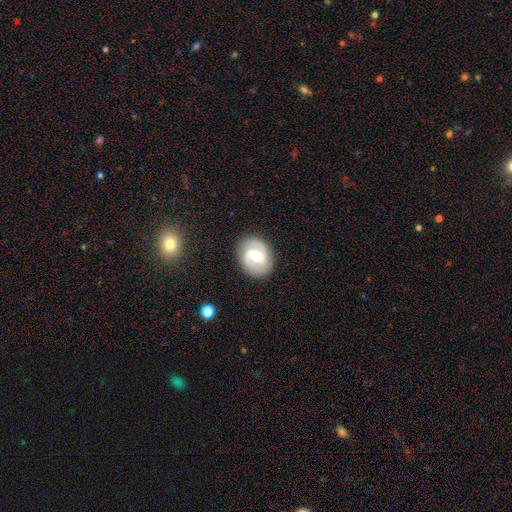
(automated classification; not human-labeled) featured or disk 82%, smooth 14%, star or artifact 5%. Down the decision tree: edge-on disk — no (97%); bar — weak (48%); spiral arms — yes (90%); spiral arm count — 2 (88%); spiral winding — medium (48%); bulge size — moderate (69%); merging — none (85%).